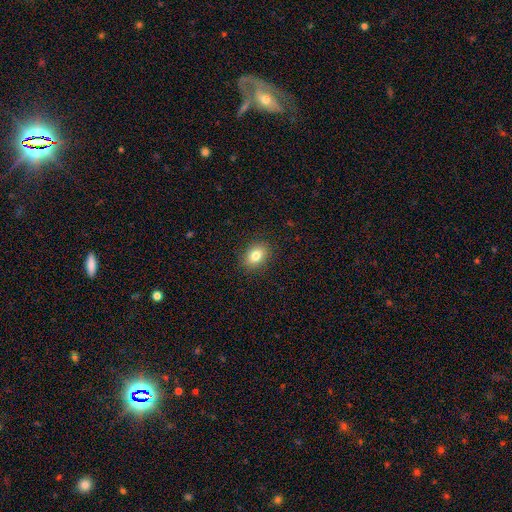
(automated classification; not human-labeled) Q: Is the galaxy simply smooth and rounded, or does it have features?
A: smooth — 81%.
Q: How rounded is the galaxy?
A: in between — 67%.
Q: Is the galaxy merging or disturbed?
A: none — 89%.